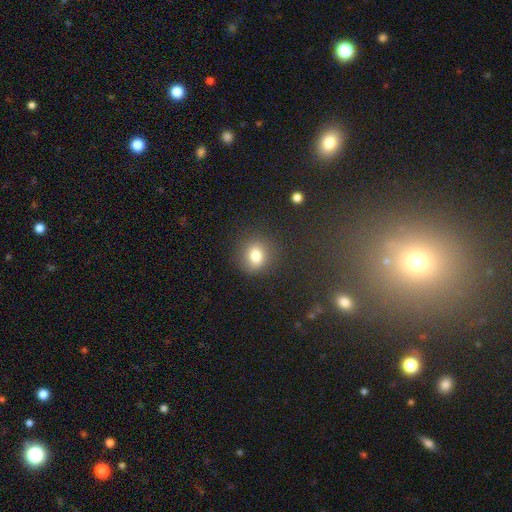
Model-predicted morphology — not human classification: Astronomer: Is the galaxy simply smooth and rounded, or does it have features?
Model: smooth — 80%.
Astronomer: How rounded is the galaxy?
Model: round — 72%.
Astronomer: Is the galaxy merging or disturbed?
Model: none — 85%.